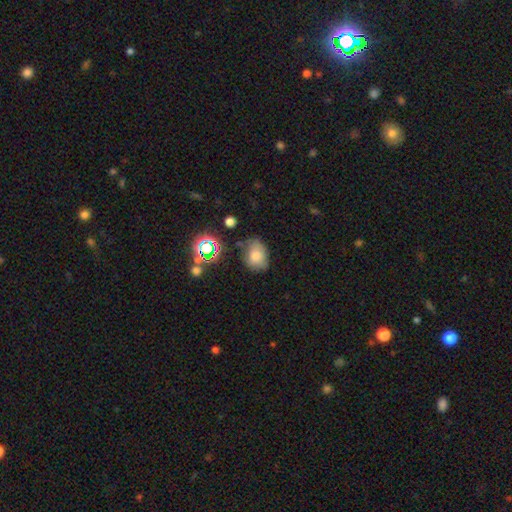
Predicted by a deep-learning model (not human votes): smooth_or_featured: smooth (p=0.72) [alt: star or artifact p=0.15]
how_rounded: in between (p=0.68) [alt: round p=0.30]
merging: none (p=0.60) [alt: minor disturbance p=0.27]